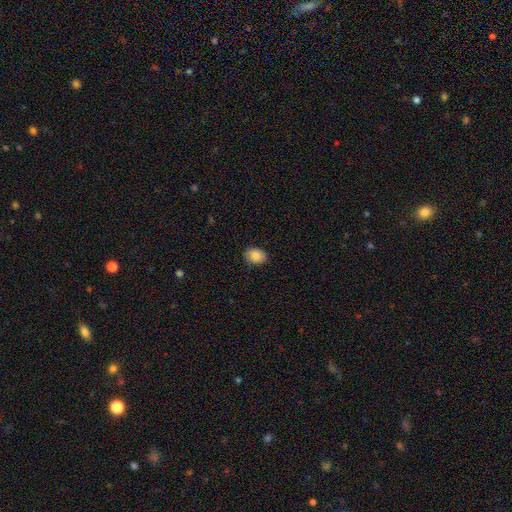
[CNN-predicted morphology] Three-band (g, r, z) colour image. It shows a smooth galaxy with no disk features (86%) that is in between round and cigar-shaped (68%). Merging: none (88%).